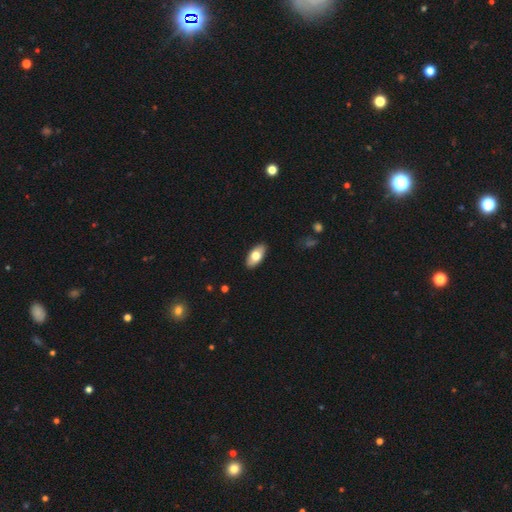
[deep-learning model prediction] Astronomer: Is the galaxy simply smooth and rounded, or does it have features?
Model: smooth — 75%.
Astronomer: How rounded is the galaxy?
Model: in between — 92%.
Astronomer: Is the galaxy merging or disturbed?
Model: none — 89%.